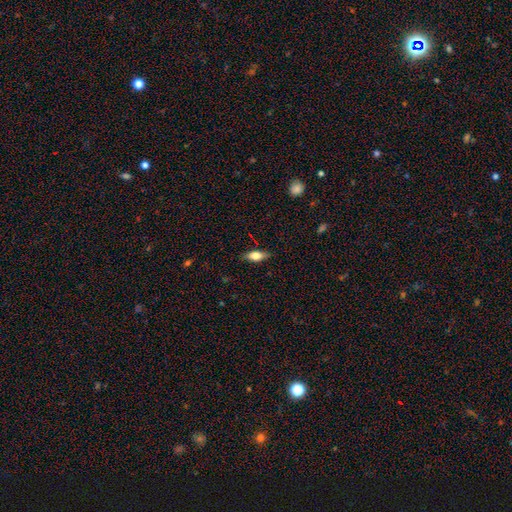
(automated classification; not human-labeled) A smooth galaxy with no disk features (67%) that is in between round and cigar-shaped (71%).

Vote fractions:
- Smooth or featured? smooth: 67% / featured or disk: 26% / star or artifact: 7%
- How rounded? in between: 71% / cigar-shaped: 26% / round: 4%
- Merging? none: 84% / minor disturbance: 12% / major disturbance: 3% / merger: 1%